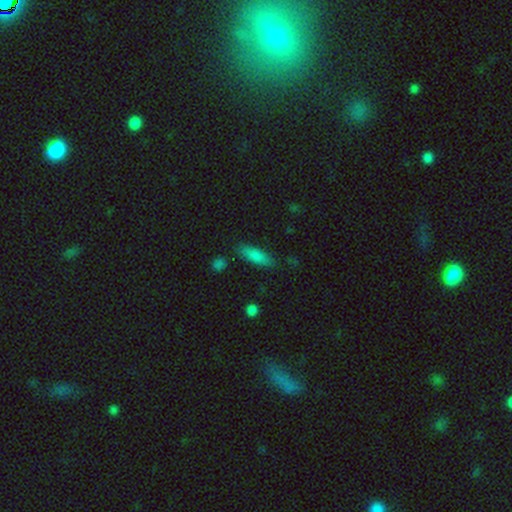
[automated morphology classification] The model was most divided on "how rounded": in between: 50%, cigar-shaped: 48%, round: 2%. More confident: merging — none (82%); smooth or featured — smooth (81%).